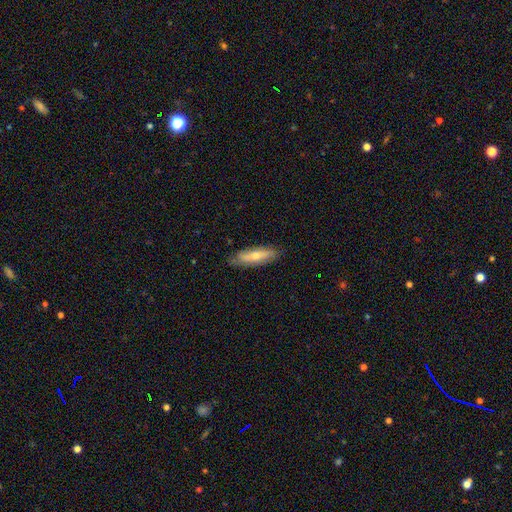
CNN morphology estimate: A smooth galaxy with no disk features (48%). Merging: none (82%).